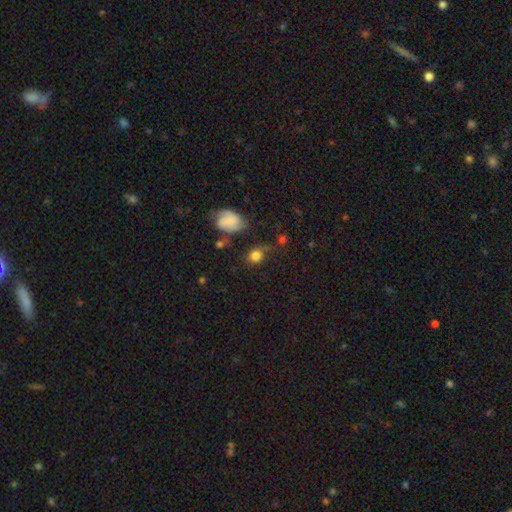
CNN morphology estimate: smooth-or-featured: smooth: 77% | star or artifact: 12% | featured or disk: 11%
  how-rounded: round: 72% | in between: 26% | cigar-shaped: 1%
  merging: none: 57% | minor disturbance: 22% | major disturbance: 12% | merger: 8%